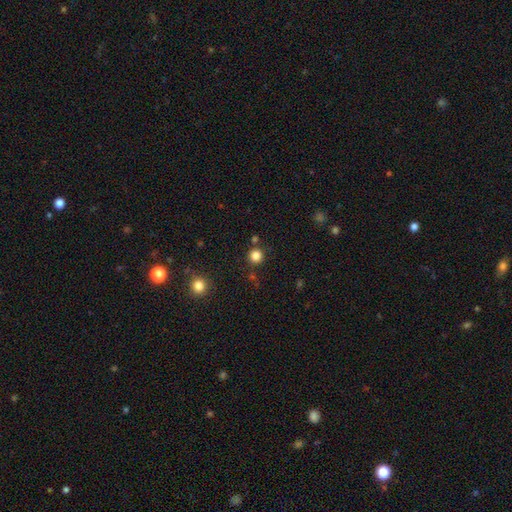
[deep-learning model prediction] Morphology: type=smooth (83%); roundness=round (95%); merging=none (86%).